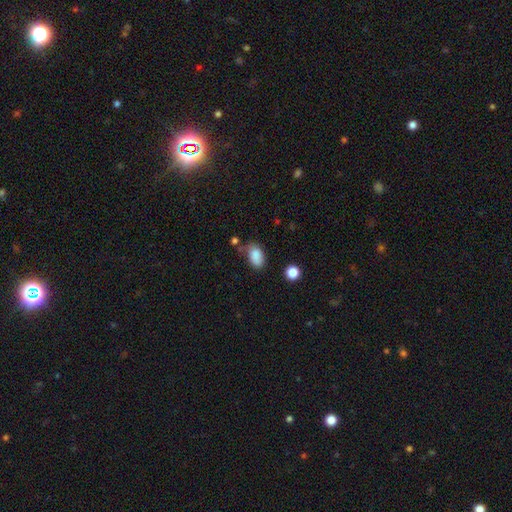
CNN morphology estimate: type=smooth (85%); roundness=in between (89%); merging=none (59%).